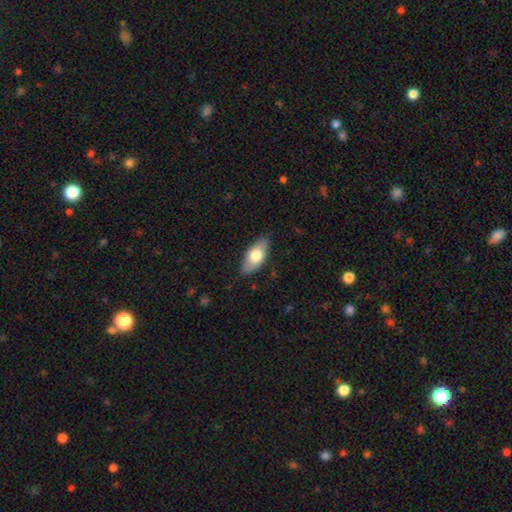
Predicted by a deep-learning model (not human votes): Morphology: type=smooth (68%); roundness=in between (88%); merging=none (84%).